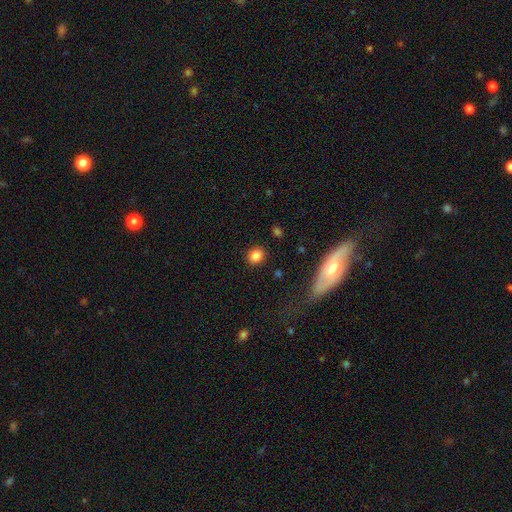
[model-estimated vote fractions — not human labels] smooth-or-featured: smooth: 85% | star or artifact: 11% | featured or disk: 5%
  how-rounded: round: 74% | in between: 24% | cigar-shaped: 1%
  merging: none: 88% | minor disturbance: 8% | major disturbance: 3% | merger: 2%